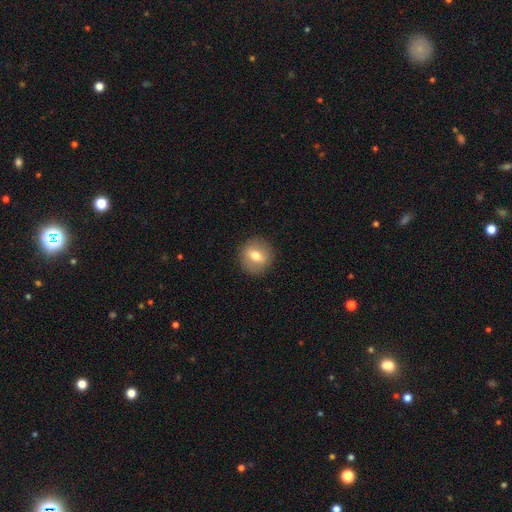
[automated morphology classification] A smooth galaxy with no disk features (64%) that is round (85%). Merging: none (89%).